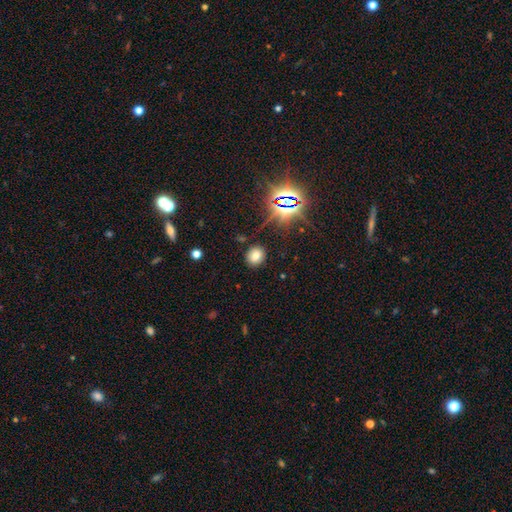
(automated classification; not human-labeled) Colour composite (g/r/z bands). It shows a smooth galaxy with no disk features (70%) that is round (68%). Merging: none (87%).